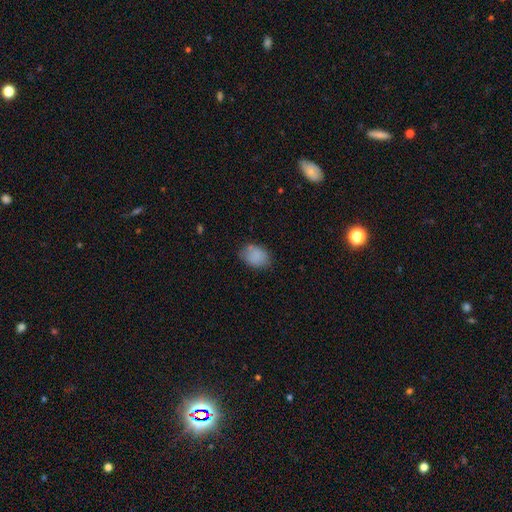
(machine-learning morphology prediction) This appears to be a smooth galaxy with no disk features (86%) that is in between round and cigar-shaped (73%). Merging: none (72%).